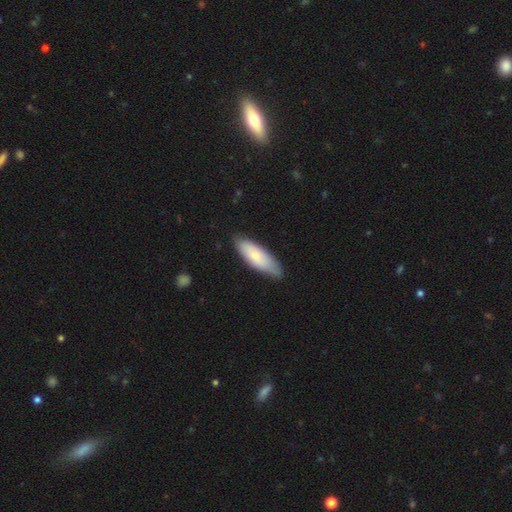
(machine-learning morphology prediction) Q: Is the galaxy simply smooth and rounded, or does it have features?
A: smooth — 72%.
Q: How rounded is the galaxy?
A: in between — 60%.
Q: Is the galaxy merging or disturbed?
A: none — 79%.